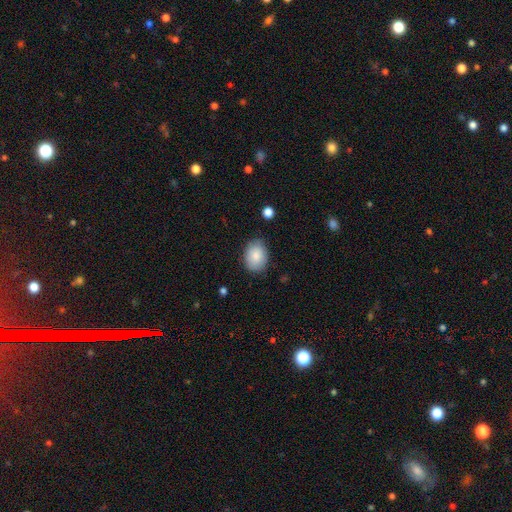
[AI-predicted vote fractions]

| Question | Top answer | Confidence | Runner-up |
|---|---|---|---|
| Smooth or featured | smooth | 87% | featured or disk (7%) |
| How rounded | in between | 75% | round (24%) |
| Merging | none | 80% | minor disturbance (16%) |